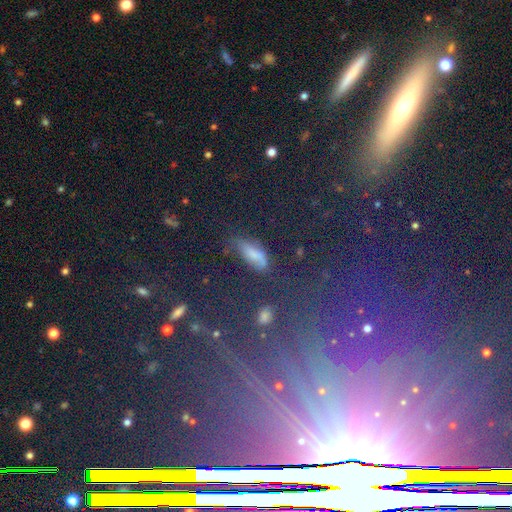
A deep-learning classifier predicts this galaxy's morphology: smooth_or_featured: smooth (p=0.40) [tied with: star or artifact p=0.40]
merging: none (p=0.83) [alt: minor disturbance p=0.09]